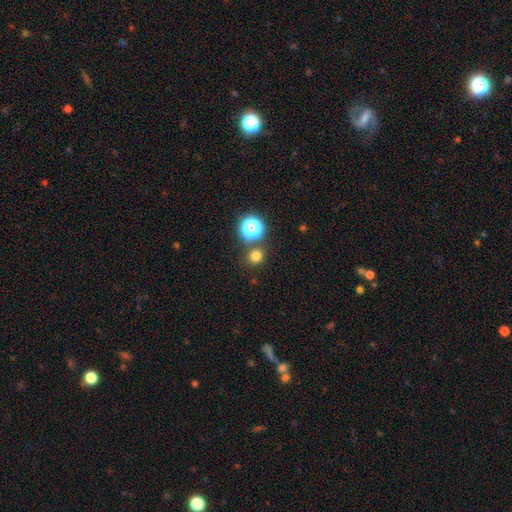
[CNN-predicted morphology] A smooth galaxy with no disk features (75%) that is round (91%).

Vote fractions:
- Smooth or featured? smooth: 75% / star or artifact: 19% / featured or disk: 5%
- How rounded? round: 91% / in between: 8% / cigar-shaped: 1%
- Merging? none: 81% / merger: 9% / minor disturbance: 7% / major disturbance: 3%